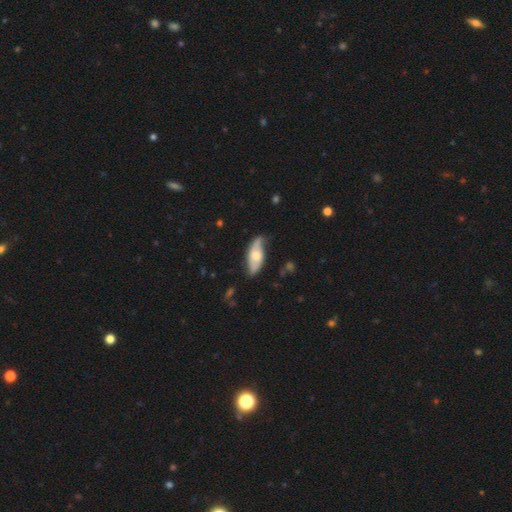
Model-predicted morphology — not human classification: smooth-or-featured: featured or disk: 47% (tied) | smooth: 47% (tied) | star or artifact: 6%
  merging: none: 64% | minor disturbance: 27% | major disturbance: 7% | merger: 2%